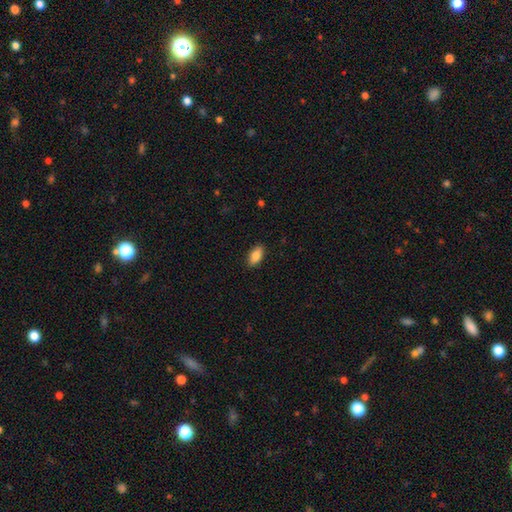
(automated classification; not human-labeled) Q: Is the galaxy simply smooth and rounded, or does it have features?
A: smooth — 86%.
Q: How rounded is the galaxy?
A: in between — 90%.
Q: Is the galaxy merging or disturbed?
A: none — 89%.